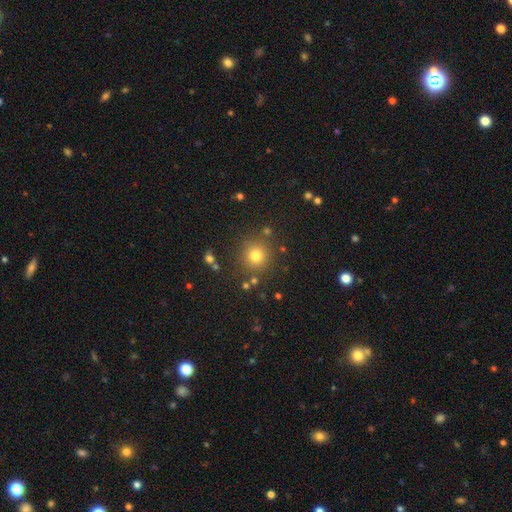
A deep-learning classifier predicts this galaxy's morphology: The model was most divided on "smooth or featured": smooth: 77%, star or artifact: 16%, featured or disk: 7%. More confident: how rounded — round (92%); merging — none (85%).